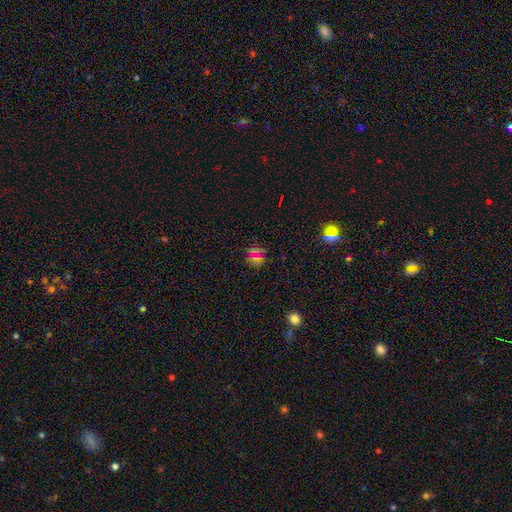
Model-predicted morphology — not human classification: Smooth or featured?
  - smooth: 51% *
  - star or artifact: 39%
  - featured or disk: 10%
How rounded?
  - round: 85% *
  - in between: 13%
  - cigar-shaped: 2%
Merging?
  - none: 80% *
  - minor disturbance: 11%
  - major disturbance: 5%
  - merger: 3%